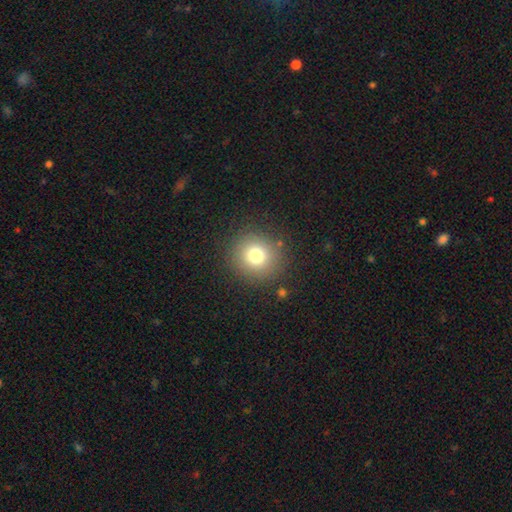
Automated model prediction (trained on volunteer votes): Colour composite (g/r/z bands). It shows a smooth galaxy with no disk features (76%) that is round (92%). Merging: none (88%).